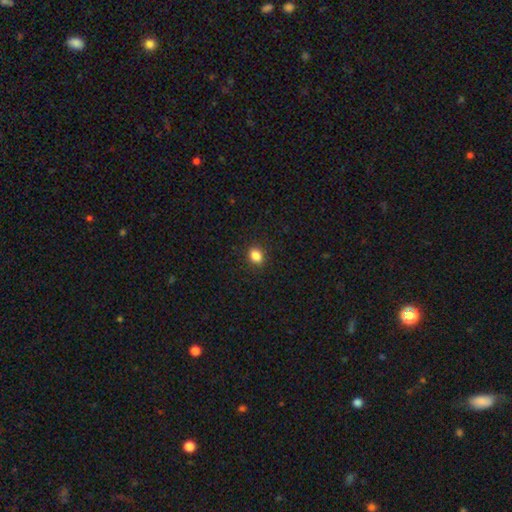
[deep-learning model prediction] smooth_or_featured: smooth (p=0.86) [alt: star or artifact p=0.10]
how_rounded: in between (p=0.56) [alt: round p=0.42]
merging: none (p=0.90) [alt: minor disturbance p=0.07]